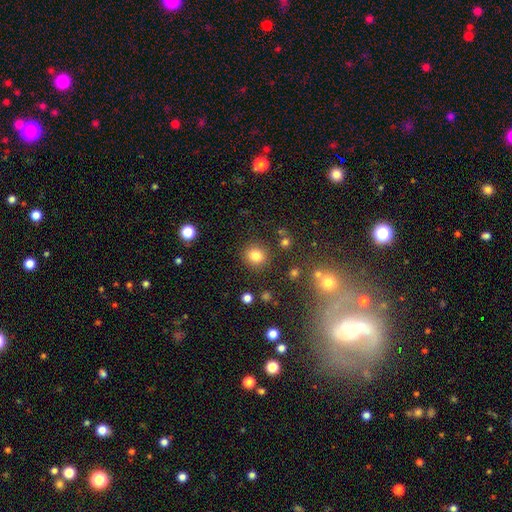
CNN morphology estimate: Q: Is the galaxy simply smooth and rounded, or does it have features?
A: smooth — 82%.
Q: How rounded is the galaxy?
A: round — 81%.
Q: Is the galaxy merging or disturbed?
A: none — 85%.